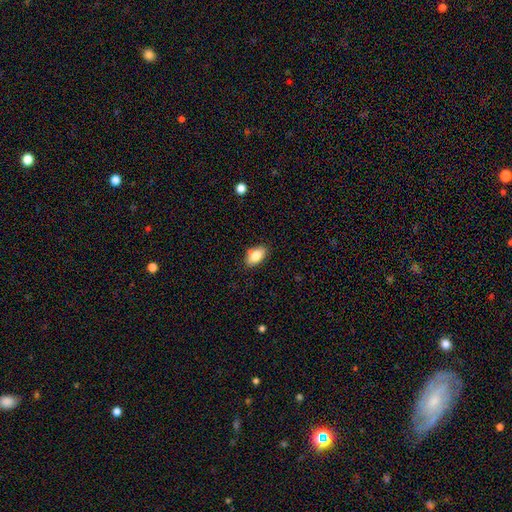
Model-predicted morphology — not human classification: A smooth galaxy with no disk features (82%) that is in between round and cigar-shaped (91%). Merging: none (76%).